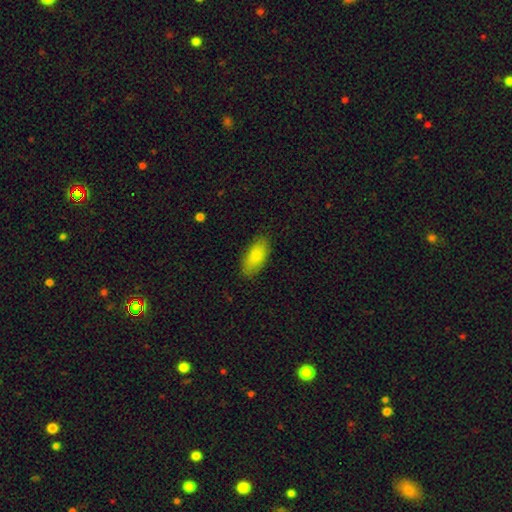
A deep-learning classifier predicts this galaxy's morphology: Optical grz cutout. It shows a smooth galaxy with no disk features (87%) that is in between round and cigar-shaped (90%). Merging: none (84%).